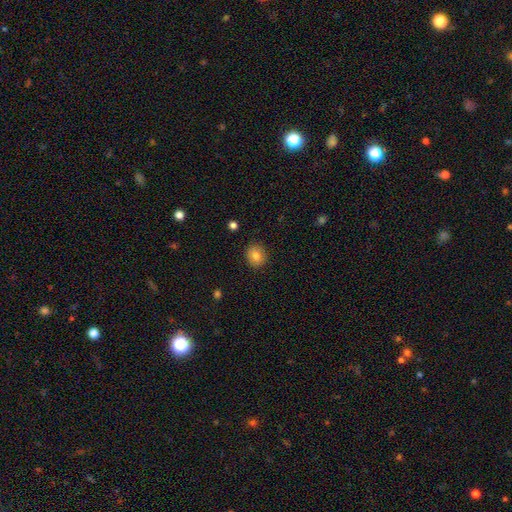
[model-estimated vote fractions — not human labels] The model was most divided on "how rounded": round: 73%, in between: 26%, cigar-shaped: 1%. More confident: merging — none (89%); smooth or featured — smooth (83%).